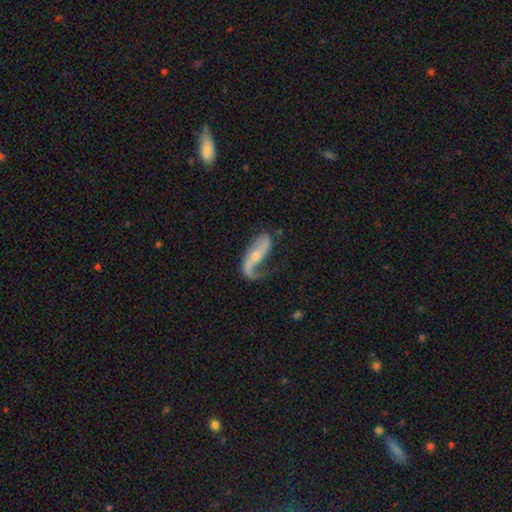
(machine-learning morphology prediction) Smooth or featured? Predicted: featured or disk (p=0.81). Edge-on disk? Predicted: no (p=0.92). Bar? Predicted: no (p=0.40). Spiral arms? Predicted: yes (p=0.92). Spiral winding? Predicted: loose (p=0.72). Spiral arm count? Predicted: 2 (p=0.63). Bulge size? Predicted: small (p=0.63). Merging? Predicted: none (p=0.45).